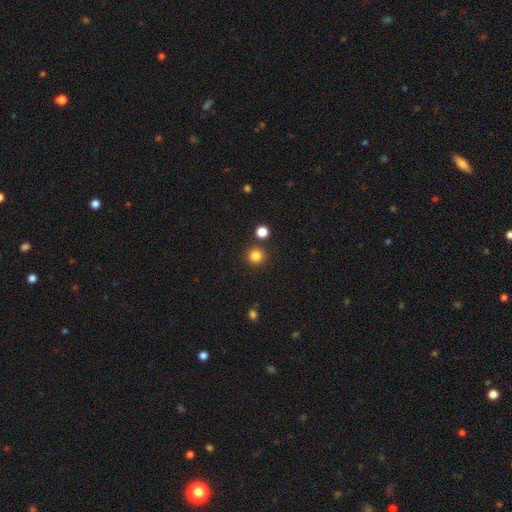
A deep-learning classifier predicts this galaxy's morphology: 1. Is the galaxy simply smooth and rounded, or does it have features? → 84% smooth, 12% star or artifact, 4% featured or disk.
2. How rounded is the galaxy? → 94% round, 5% in between, 1% cigar-shaped.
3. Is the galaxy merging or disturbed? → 87% none, 6% minor disturbance, 5% merger, 2% major disturbance.